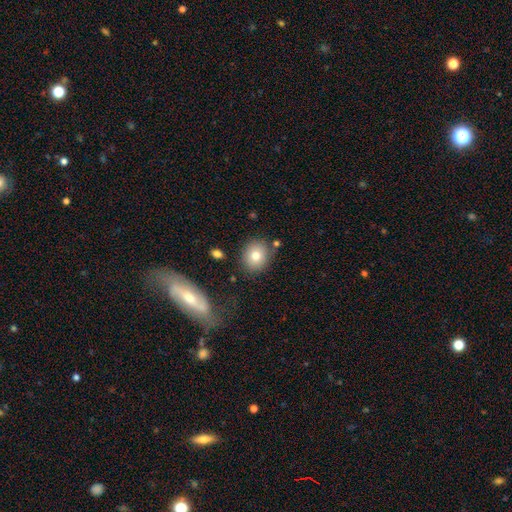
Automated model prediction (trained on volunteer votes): Smooth or featured? Predicted: smooth (p=0.78). How rounded? Predicted: round (p=0.71). Merging? Predicted: none (p=0.81).